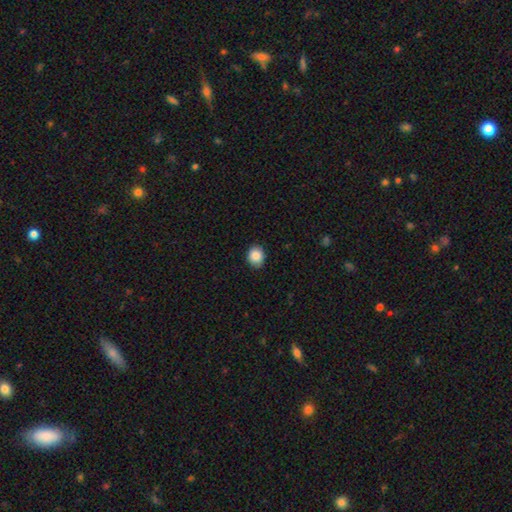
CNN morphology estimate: smooth-or-featured: smooth: 88% | star or artifact: 9% | featured or disk: 4%
  how-rounded: round: 65% | in between: 35% | cigar-shaped: 1%
  merging: none: 85% | minor disturbance: 12% | major disturbance: 2% | merger: 1%